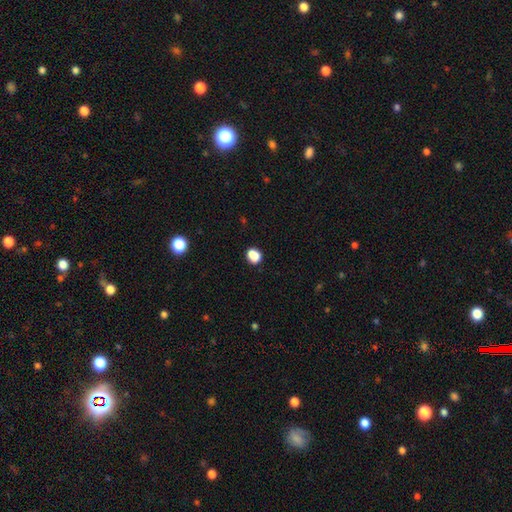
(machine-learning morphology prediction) Smooth or featured?
  - smooth: 80% *
  - star or artifact: 13%
  - featured or disk: 7%
How rounded?
  - round: 61% *
  - in between: 38%
  - cigar-shaped: 1%
Merging?
  - none: 64% *
  - minor disturbance: 16%
  - merger: 14%
  - major disturbance: 5%